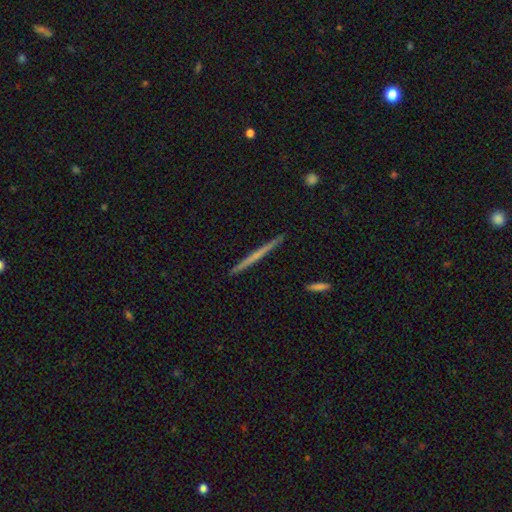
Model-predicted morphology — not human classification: Smooth or featured?
  - featured or disk: 51% *
  - smooth: 44%
  - star or artifact: 6%
Edge-on disk?
  - yes: 98% *
  - no: 2%
Merging?
  - none: 92% *
  - minor disturbance: 5%
  - merger: 1%
  - major disturbance: 1%